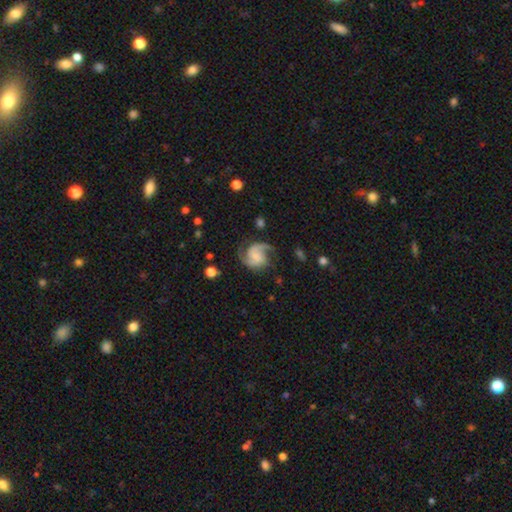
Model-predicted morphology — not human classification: Smooth or featured: featured or disk — 85% (smooth — 9%)
Edge-on disk: no — 98% (yes — 2%)
Bar: no — 55% (weak — 35%)
Spiral arms: yes — 97% (no — 3%)
Spiral winding: medium — 53% (loose — 27%)
Spiral arm count: 2 — 86% (1 — 4%)
Bulge size: small — 44% (none — 29%)
Merging: none — 71% (minor disturbance — 17%)